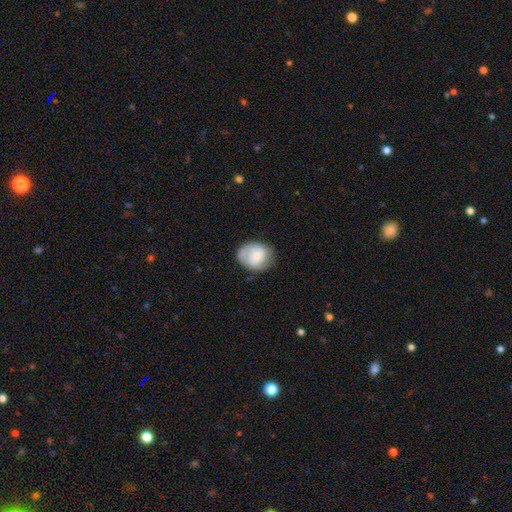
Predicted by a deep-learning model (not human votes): The model was most divided on "how rounded": round: 51%, in between: 48%, cigar-shaped: 1%. More confident: smooth or featured — smooth (65%); merging — none (63%).